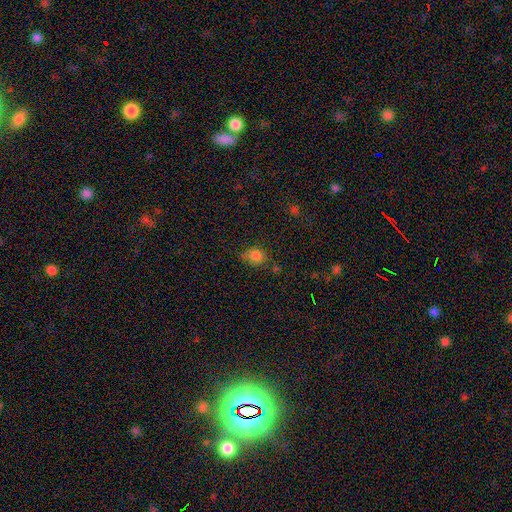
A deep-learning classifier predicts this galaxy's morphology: A smooth galaxy with no disk features (81%) that is round (65%). Merging: none (61%).